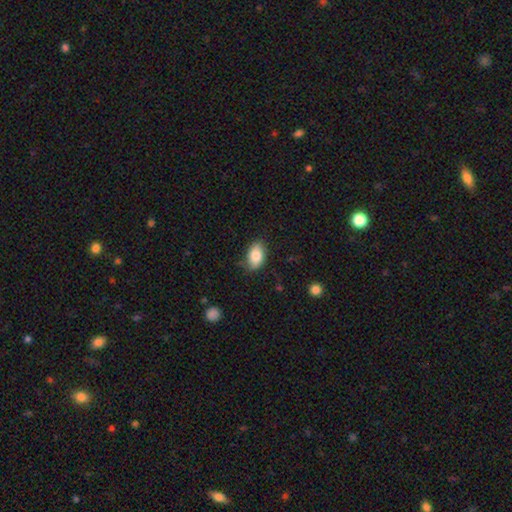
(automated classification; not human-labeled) This appears to be a smooth galaxy with no disk features (83%) that is in between round and cigar-shaped (91%). Merging: none (80%).